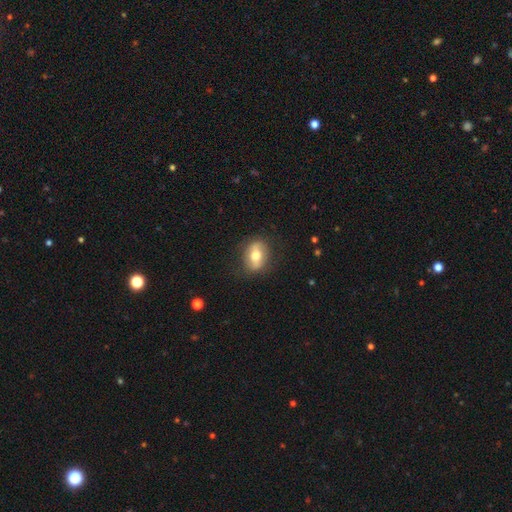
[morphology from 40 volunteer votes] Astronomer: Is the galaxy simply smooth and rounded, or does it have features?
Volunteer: featured or disk — 60%.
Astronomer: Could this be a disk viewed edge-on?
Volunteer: no — 88%.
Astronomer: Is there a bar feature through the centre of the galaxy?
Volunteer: strong — 43% (runner-up: weak, 33%).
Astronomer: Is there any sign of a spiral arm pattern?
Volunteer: no — 86%.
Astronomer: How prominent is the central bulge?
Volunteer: moderate — 71%.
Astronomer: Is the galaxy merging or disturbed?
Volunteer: none — 84%.